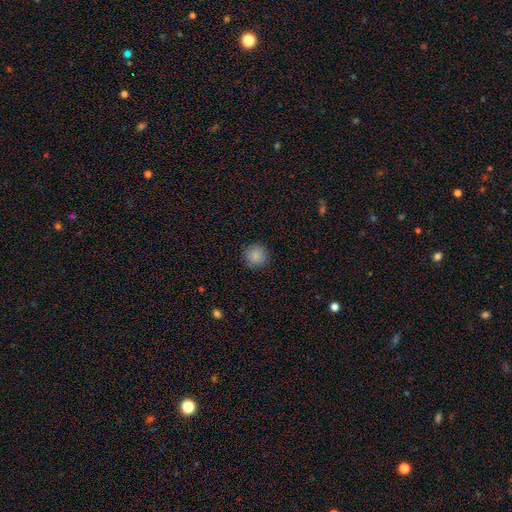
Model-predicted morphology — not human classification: Q: Smooth or featured?
A: smooth (86%); runner-up: star or artifact (9%)
Q: How rounded?
A: round (94%); runner-up: in between (5%)
Q: Merging?
A: none (90%); runner-up: minor disturbance (7%)